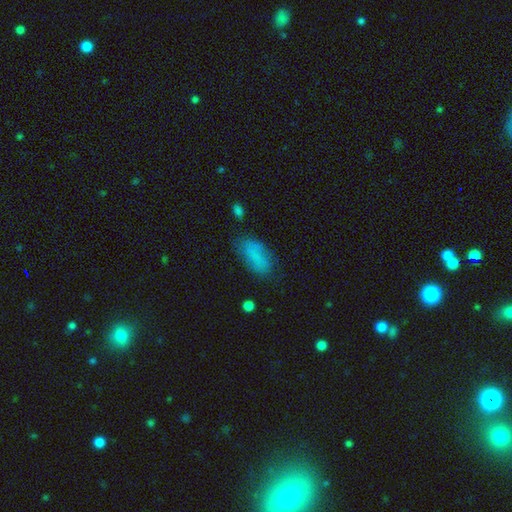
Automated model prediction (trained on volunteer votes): Morphology: type=smooth (80%); roundness=in between (88%); merging=none (72%).